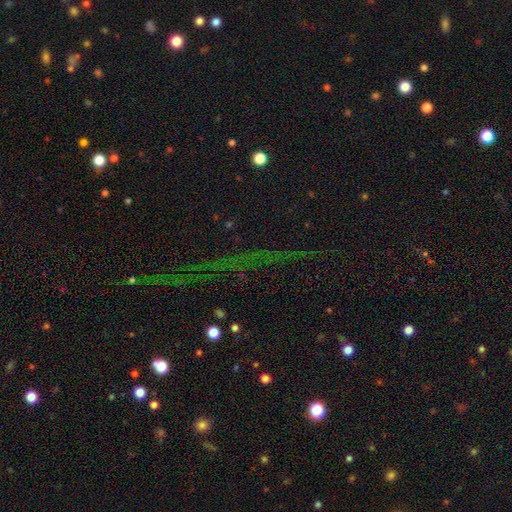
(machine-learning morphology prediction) Overall: star or artifact (77%).